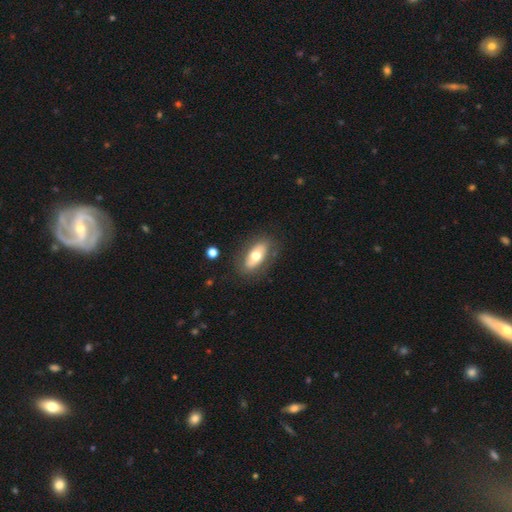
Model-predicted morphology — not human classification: smooth_or_featured: smooth (p=0.57) [alt: featured or disk p=0.36]
how_rounded: in between (p=0.87) [alt: cigar-shaped p=0.08]
merging: none (p=0.81) [alt: minor disturbance p=0.13]